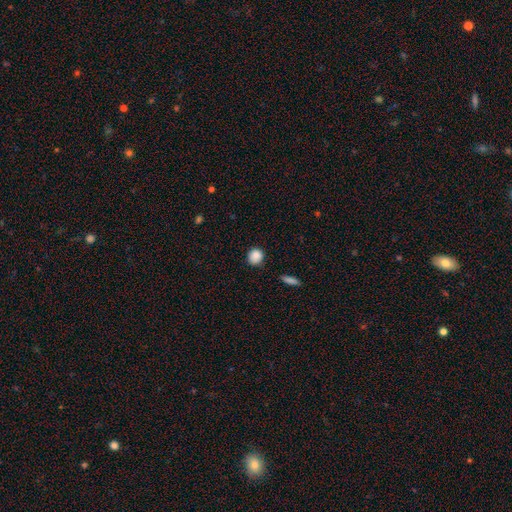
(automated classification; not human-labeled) A smooth galaxy with no disk features (87%) that is round (86%).

Vote fractions:
- Smooth or featured? smooth: 87% / star or artifact: 9% / featured or disk: 4%
- How rounded? round: 86% / in between: 13% / cigar-shaped: 1%
- Merging? none: 85% / minor disturbance: 11% / major disturbance: 2% / merger: 2%